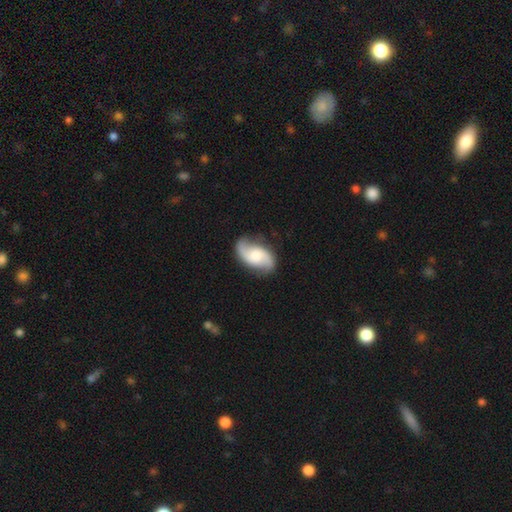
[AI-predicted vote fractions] Overall: featured or disk (81%). Edge-on disk: no (97%). Bar: no (53%; weak 38%). Spiral arms: yes (96%). Spiral arm count: 2 (93%). Spiral winding: loose (54%; medium 35%). Bulge size: moderate (50%; small 29%). Merging: none (81%).